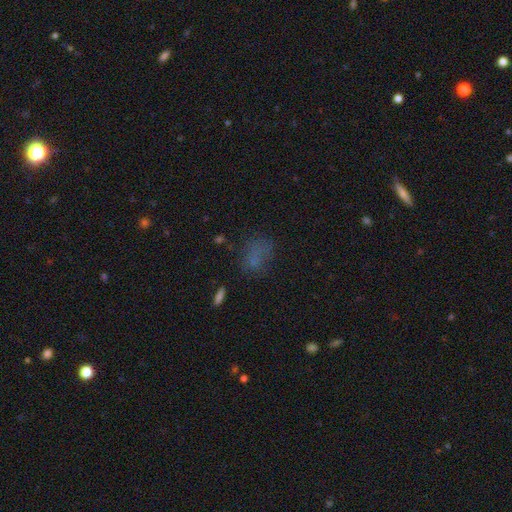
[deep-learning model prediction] This is likely a smooth galaxy (60%). How rounded: likely in between (68%). Merging: possibly none (55%).